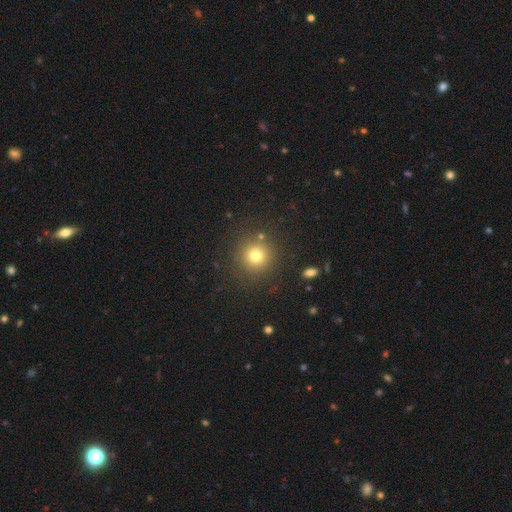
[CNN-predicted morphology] Smooth or featured: smooth — 76% (star or artifact — 16%)
How rounded: round — 93% (in between — 6%)
Merging: none — 86% (minor disturbance — 7%)